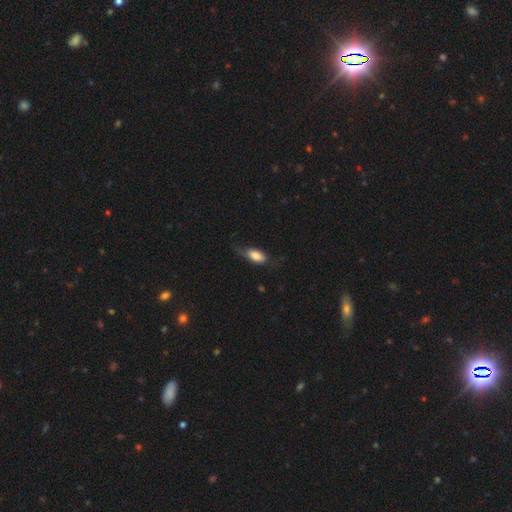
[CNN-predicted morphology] smooth 76%, featured or disk 17%, star or artifact 7%. Down the decision tree: how rounded — in between (86%); merging — none (51%).